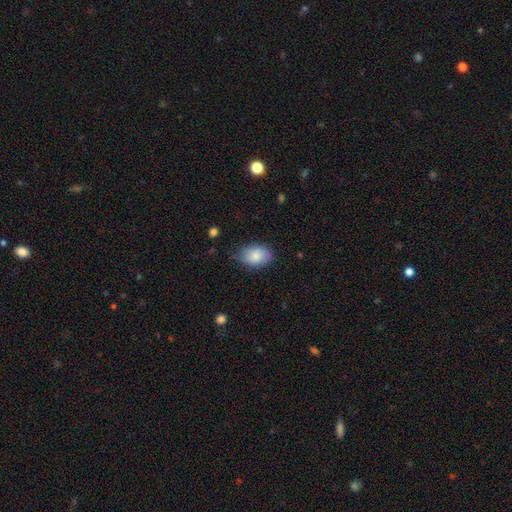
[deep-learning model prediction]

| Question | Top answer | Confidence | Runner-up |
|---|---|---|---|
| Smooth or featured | smooth | 83% | featured or disk (10%) |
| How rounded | in between | 83% | round (16%) |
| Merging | none | 69% | minor disturbance (24%) |